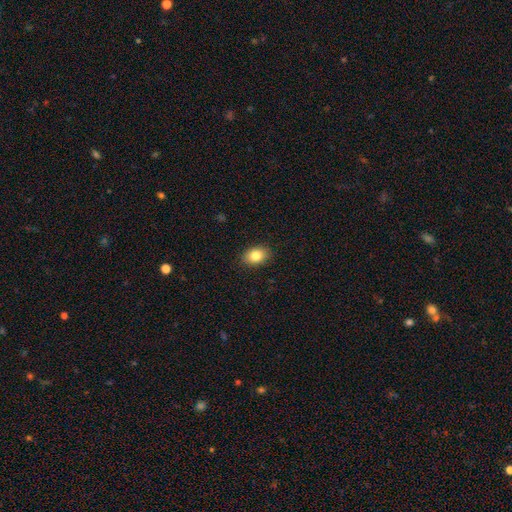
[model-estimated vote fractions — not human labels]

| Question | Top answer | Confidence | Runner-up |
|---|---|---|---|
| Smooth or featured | smooth | 83% | star or artifact (8%) |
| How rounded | in between | 79% | round (20%) |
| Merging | none | 89% | minor disturbance (8%) |